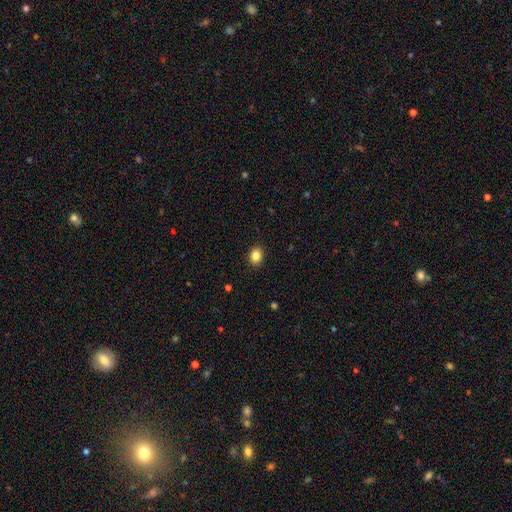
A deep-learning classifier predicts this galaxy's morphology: smooth 85%, star or artifact 10%, featured or disk 5%. Down the decision tree: how rounded — round (51%); merging — none (90%).